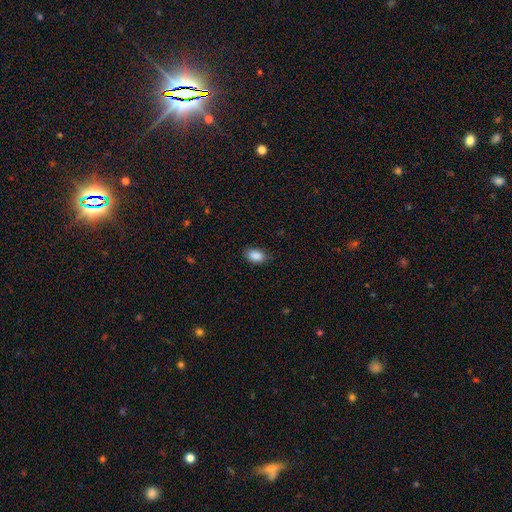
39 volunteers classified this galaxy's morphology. Smooth or featured: smooth — 95% (star or artifact — 5%)
How rounded: in between — 95% (round — 5%)
Merging: none — 86% (minor disturbance — 14%)